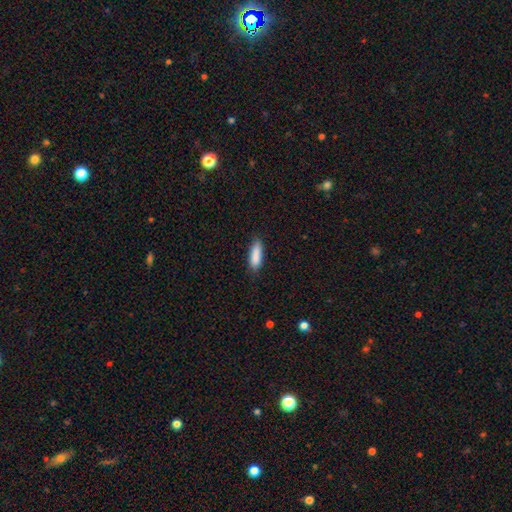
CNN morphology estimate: Smooth or featured? smooth (87%)
How rounded? cigar-shaped (50%)
Merging? none (81%)